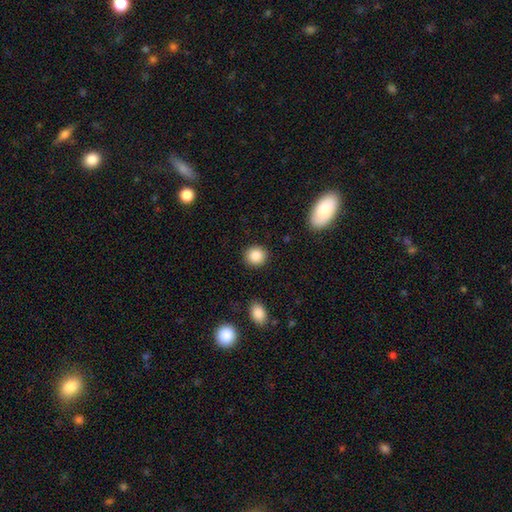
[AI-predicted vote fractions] smooth 87%, star or artifact 9%, featured or disk 5%. Down the decision tree: how rounded — round (88%); merging — none (91%).